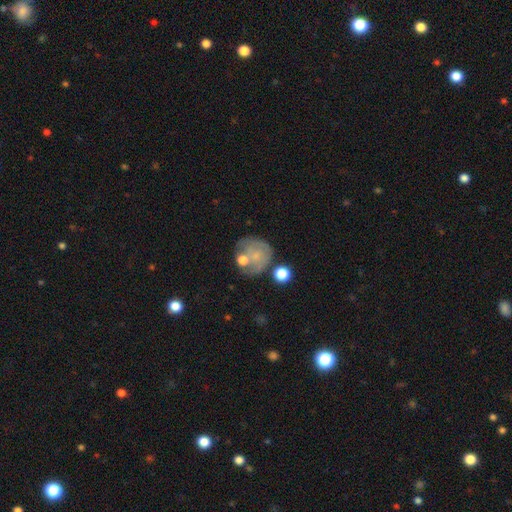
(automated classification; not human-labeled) Smooth or featured? smooth (48%)
Merging? none (47%)